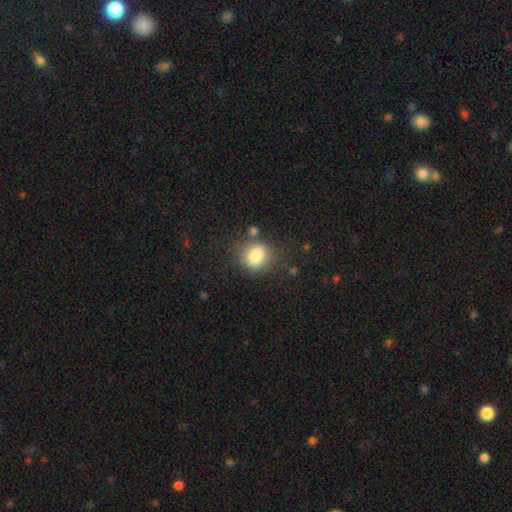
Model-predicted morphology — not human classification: Smooth or featured? Predicted: smooth (p=0.83). How rounded? Predicted: round (p=0.66). Merging? Predicted: none (p=0.70).